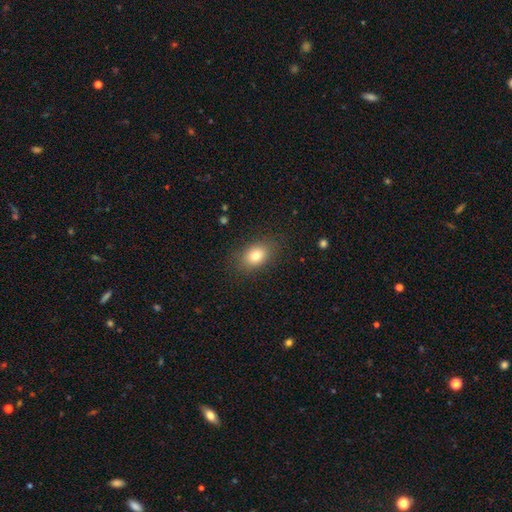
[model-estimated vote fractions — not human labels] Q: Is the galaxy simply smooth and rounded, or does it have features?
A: smooth — 79%.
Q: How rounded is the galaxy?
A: in between — 75%.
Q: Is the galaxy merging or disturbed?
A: none — 84%.